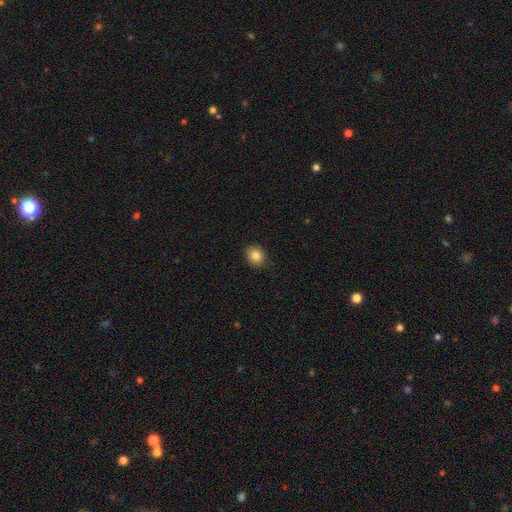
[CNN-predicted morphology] Smooth or featured?
  - smooth: 84% *
  - star or artifact: 10%
  - featured or disk: 6%
How rounded?
  - round: 63% *
  - in between: 37%
  - cigar-shaped: 1%
Merging?
  - none: 86% *
  - minor disturbance: 11%
  - major disturbance: 2%
  - merger: 1%